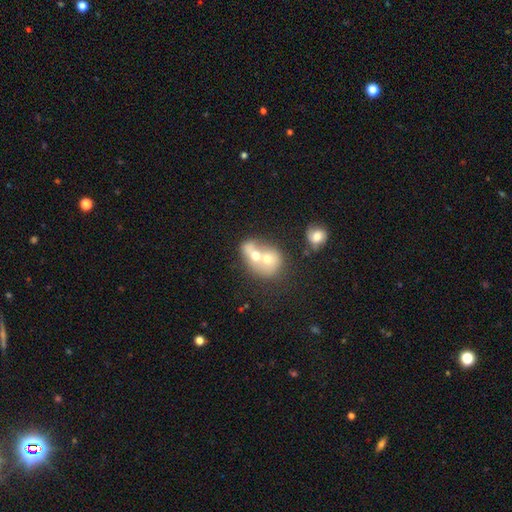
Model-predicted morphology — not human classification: This is possibly a smooth galaxy (58%). How rounded: possibly round (57%). Merging: likely merger (75%).